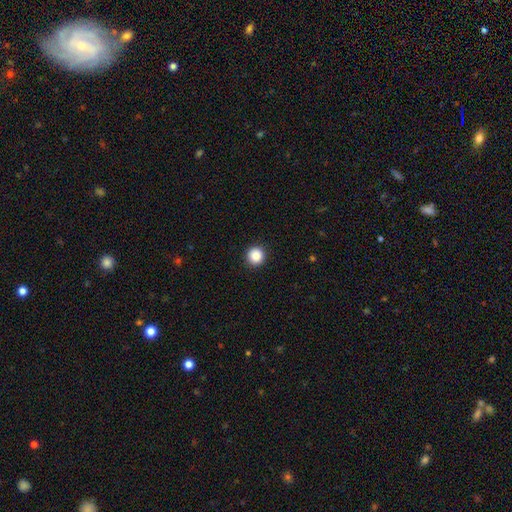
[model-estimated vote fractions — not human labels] smooth_or_featured: smooth (p=0.88) [alt: star or artifact p=0.09]
how_rounded: round (p=0.95) [alt: in between p=0.04]
merging: none (p=0.93) [alt: minor disturbance p=0.05]